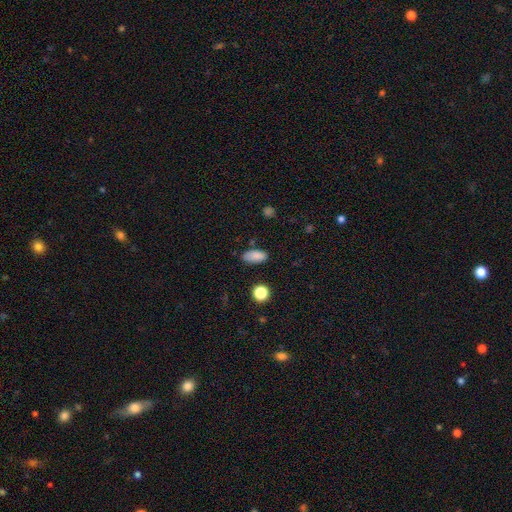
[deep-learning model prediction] Smooth or featured? Predicted: smooth (p=0.85). How rounded? Predicted: in between (p=0.88). Merging? Predicted: none (p=0.76).